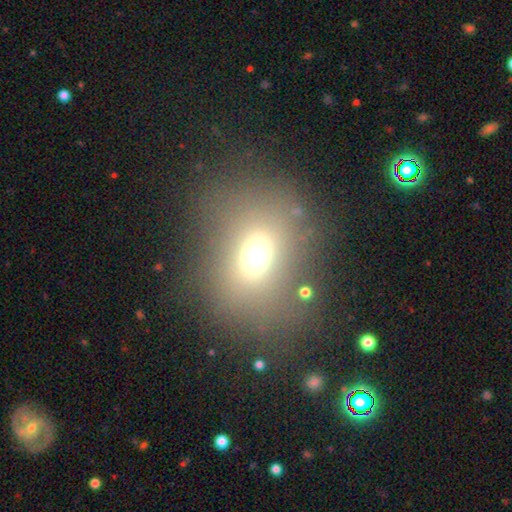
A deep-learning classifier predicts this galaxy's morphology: Smooth or featured: smooth — 64% (star or artifact — 21%)
How rounded: in between — 50% (round — 48%)
Merging: none — 73% (minor disturbance — 13%)